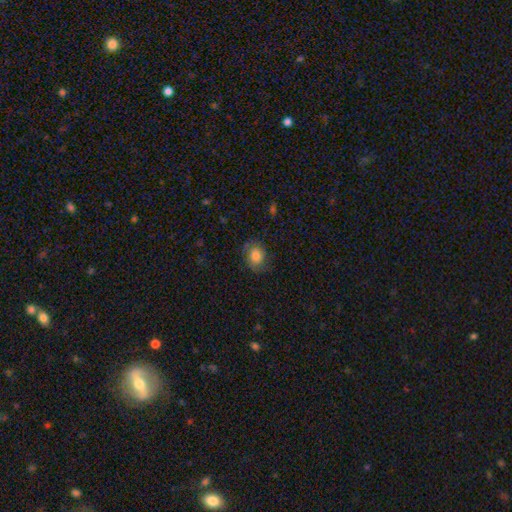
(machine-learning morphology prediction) smooth-or-featured: smooth: 73% | featured or disk: 19% | star or artifact: 9%
  how-rounded: round: 59% | in between: 40% | cigar-shaped: 1%
  merging: none: 71% | minor disturbance: 20% | major disturbance: 8% | merger: 1%